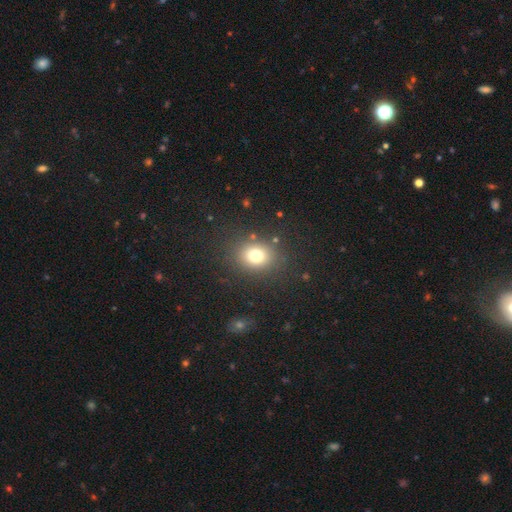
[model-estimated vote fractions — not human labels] Morphology: type=smooth (75%); roundness=round (61%); merging=none (84%).